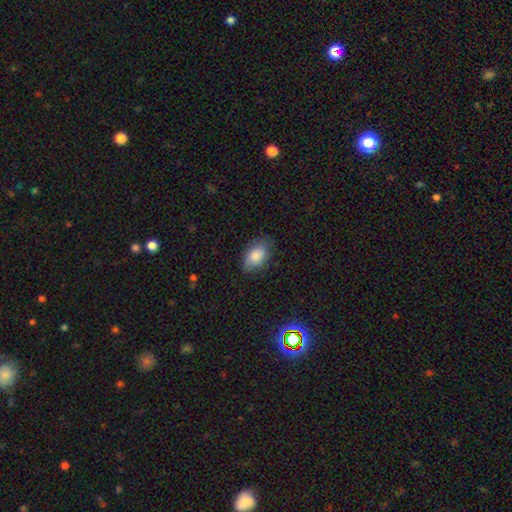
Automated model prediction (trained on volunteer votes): Smooth or featured? smooth (83%)
How rounded? in between (91%)
Merging? none (77%)